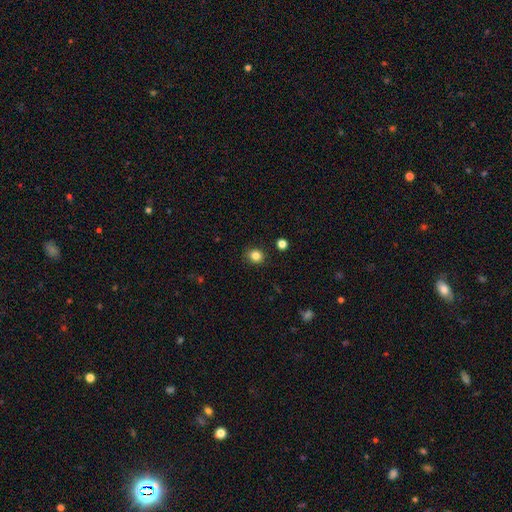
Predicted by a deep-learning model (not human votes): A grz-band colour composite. It shows a smooth galaxy with no disk features (83%) that is round (78%). Merging: none (89%).